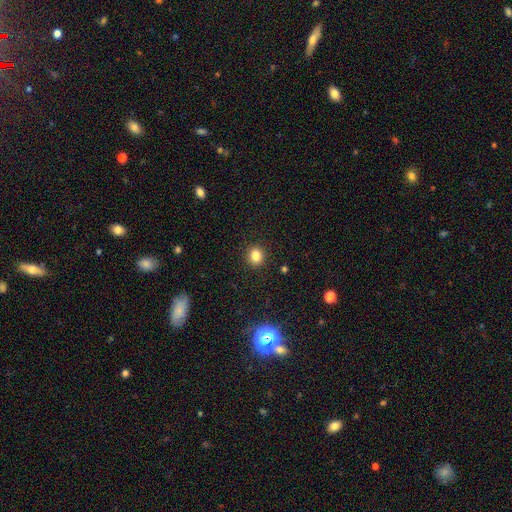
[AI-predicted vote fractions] Smooth or featured? Predicted: smooth (p=0.83). How rounded? Predicted: round (p=0.74). Merging? Predicted: none (p=0.91).